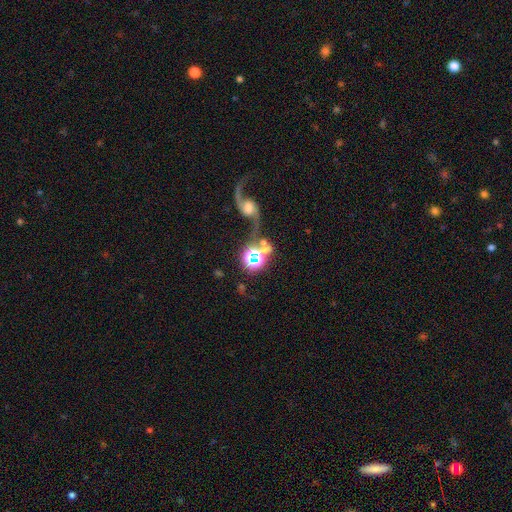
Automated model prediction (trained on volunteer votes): Smooth or featured?
  - featured or disk: 47% *
  - star or artifact: 28%
  - smooth: 25%
Merging?
  - none: 50% *
  - merger: 25%
  - major disturbance: 13%
  - minor disturbance: 12%